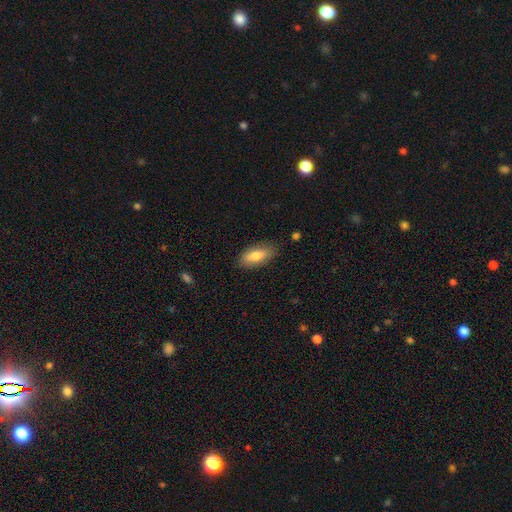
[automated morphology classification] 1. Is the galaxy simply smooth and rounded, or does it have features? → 76% smooth, 17% featured or disk, 7% star or artifact.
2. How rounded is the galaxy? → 78% in between, 20% cigar-shaped, 2% round.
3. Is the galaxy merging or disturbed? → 84% none, 12% minor disturbance, 3% major disturbance, 1% merger.